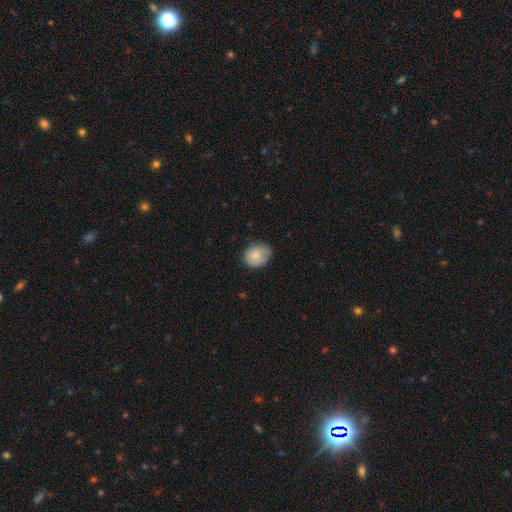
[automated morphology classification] smooth 83%, featured or disk 10%, star or artifact 7%. Down the decision tree: how rounded — round (57%); merging — none (68%).